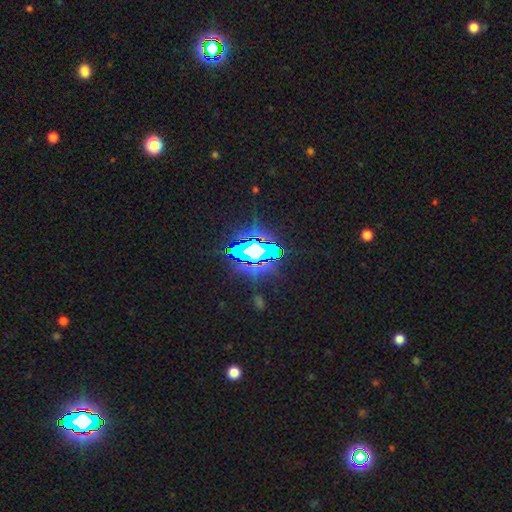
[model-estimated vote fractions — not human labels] Smooth or featured? Predicted: star or artifact (p=0.70).